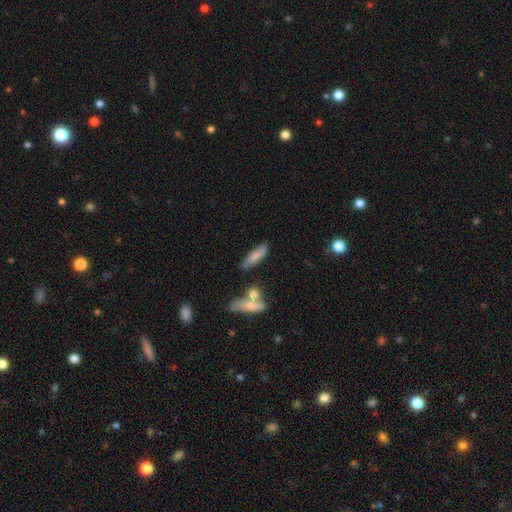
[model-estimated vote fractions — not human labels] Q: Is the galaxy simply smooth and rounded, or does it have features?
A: smooth — 73%.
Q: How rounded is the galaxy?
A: cigar-shaped — 63%.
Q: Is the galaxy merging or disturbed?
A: none — 65%.